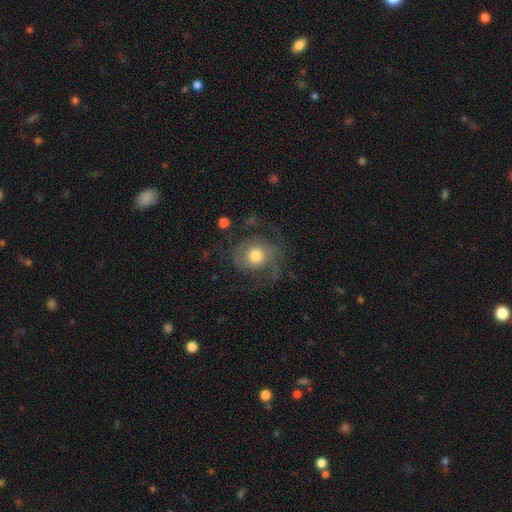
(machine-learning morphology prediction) type=featured or disk (58%); edge-on=no (97%); bar=no (80%); spiral arms=yes (83%); bulge=moderate (68%); merging=none (55%).